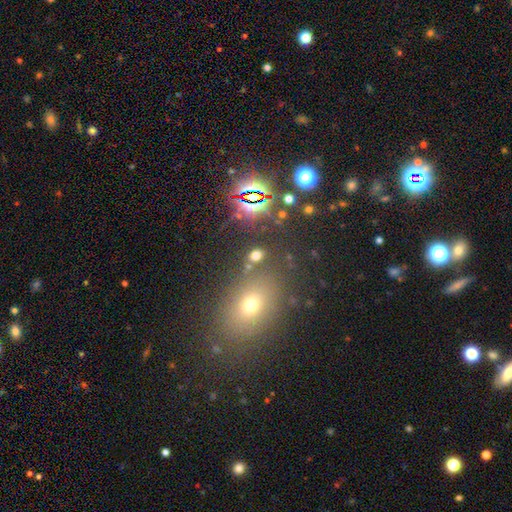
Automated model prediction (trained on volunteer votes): smooth 62%, star or artifact 30%, featured or disk 9%. Down the decision tree: how rounded — in between (63%); merging — none (73%).